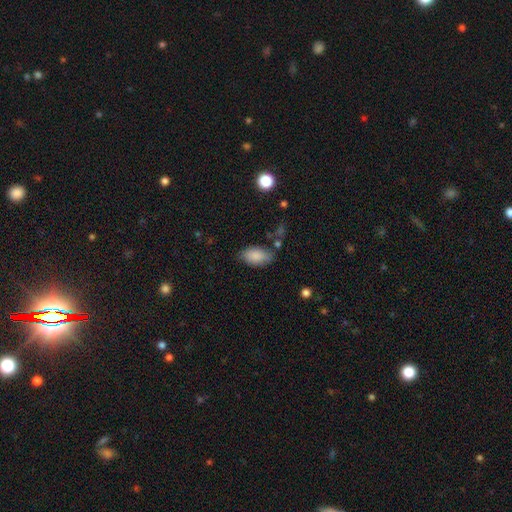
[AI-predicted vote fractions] A smooth galaxy with no disk features (86%) that is in between round and cigar-shaped (92%).

Vote fractions:
- Smooth or featured? smooth: 86% / star or artifact: 7% / featured or disk: 7%
- How rounded? in between: 92% / round: 5% / cigar-shaped: 3%
- Merging? none: 72% / minor disturbance: 19% / major disturbance: 5% / merger: 4%